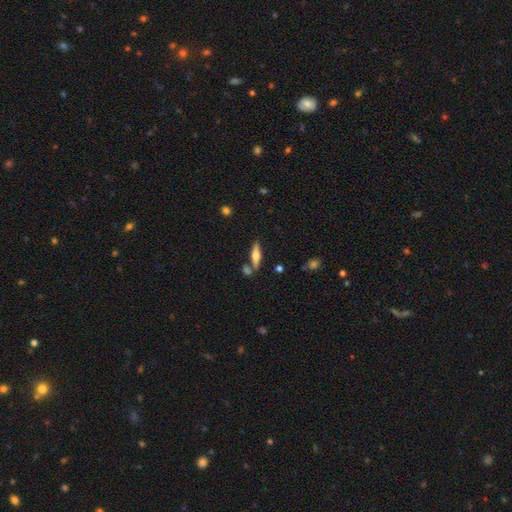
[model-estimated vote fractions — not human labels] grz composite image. It shows a featured or disk galaxy (51%) viewed edge-on (93%). Merging: none (72%).